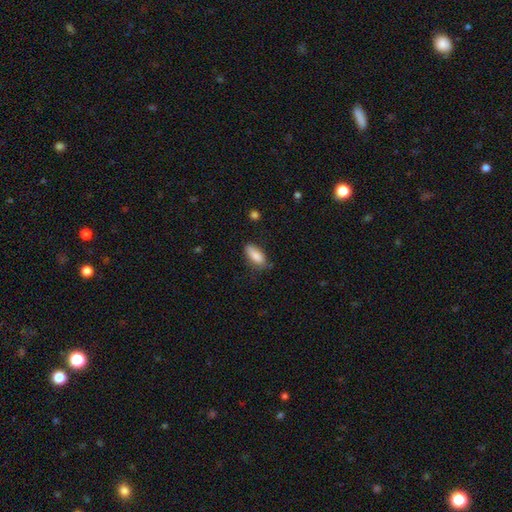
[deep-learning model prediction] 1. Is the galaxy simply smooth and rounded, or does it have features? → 86% smooth, 7% featured or disk, 7% star or artifact.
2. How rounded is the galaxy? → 80% in between, 18% cigar-shaped, 2% round.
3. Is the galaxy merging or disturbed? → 68% none, 25% minor disturbance, 5% major disturbance, 2% merger.